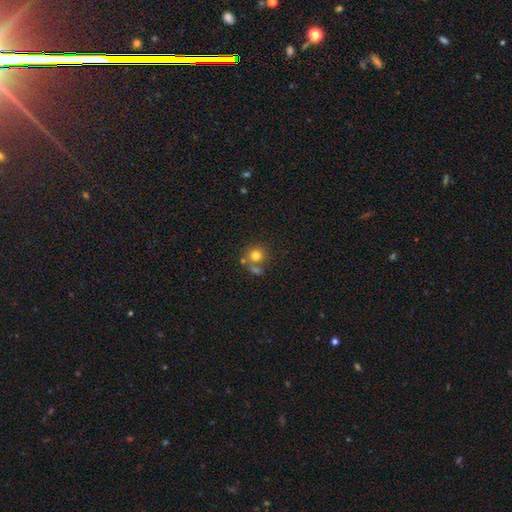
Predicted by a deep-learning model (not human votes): Overall: smooth (77%). How rounded: round (86%). Merging: none (55%; merger 30%).